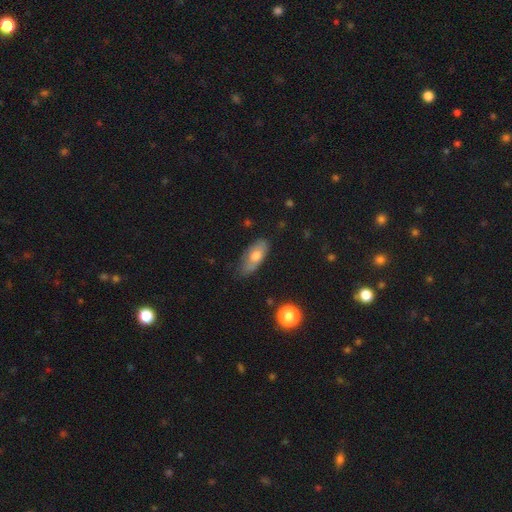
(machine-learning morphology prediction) Overall: smooth (67%). How rounded: in between (84%). Merging: none (62%; minor disturbance 29%).